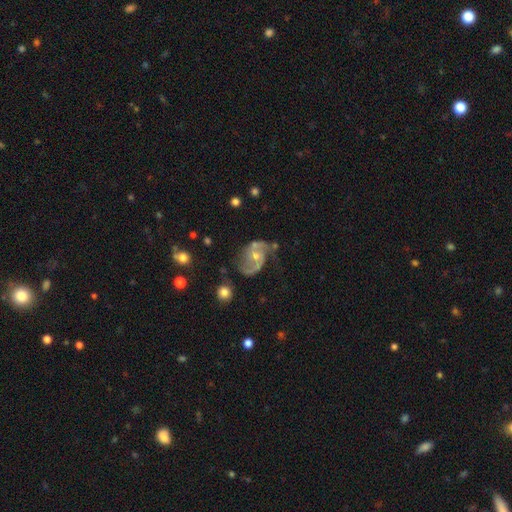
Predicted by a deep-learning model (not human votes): Smooth or featured?
  - featured or disk: 85% *
  - smooth: 9%
  - star or artifact: 6%
Edge-on disk?
  - no: 97% *
  - yes: 3%
Bar?
  - no: 55% *
  - weak: 36%
  - strong: 9%
Spiral arms?
  - yes: 94% *
  - no: 6%
Spiral winding?
  - medium: 45% *
  - loose: 42%
  - tight: 13%
Spiral arm count?
  - 2: 88% *
  - can't tell: 5%
  - 1: 4%
  - 3: 1%
  - 4: 1%
  - more than 4: 1%
Bulge size?
  - moderate: 52% *
  - small: 43%
  - none: 2%
  - large: 2%
  - dominant: 1%
Merging?
  - none: 55% *
  - minor disturbance: 25%
  - major disturbance: 15%
  - merger: 5%